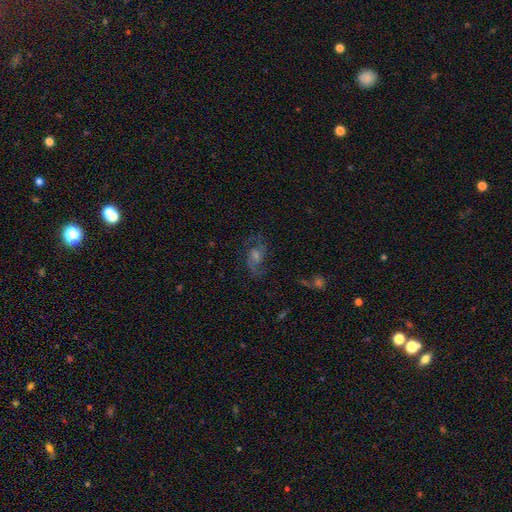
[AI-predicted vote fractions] A featured or disk galaxy (70%) with no bar (55%), 2 (86%) medium (51%) spiral arms (94%) and a moderate central bulge (50%). Merging: none (75%).